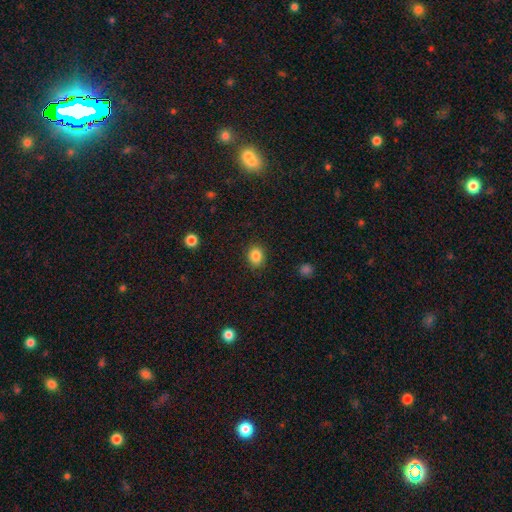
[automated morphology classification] smooth 85%, star or artifact 10%, featured or disk 4%. Down the decision tree: how rounded — round (61%); merging — none (87%).